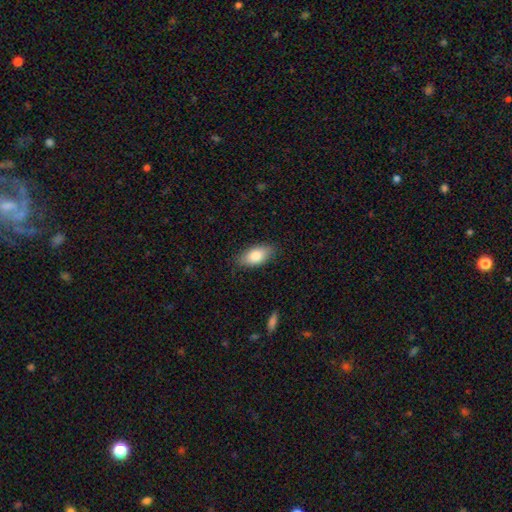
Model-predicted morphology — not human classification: Smooth or featured? smooth (83%)
How rounded? in between (92%)
Merging? none (84%)